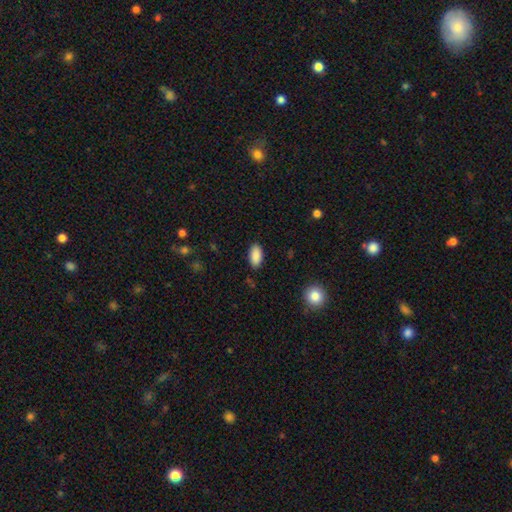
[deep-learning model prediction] Smooth or featured: smooth — 89% (star or artifact — 7%)
How rounded: in between — 93% (cigar-shaped — 4%)
Merging: none — 87% (minor disturbance — 9%)